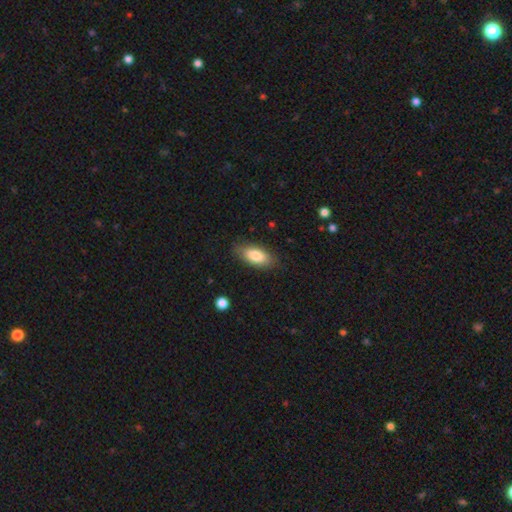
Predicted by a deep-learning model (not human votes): This is clearly a smooth galaxy (81%). How rounded: clearly in between (86%). Merging: clearly none (83%).